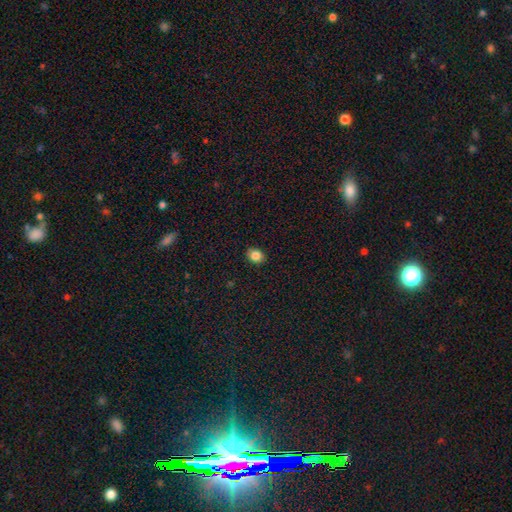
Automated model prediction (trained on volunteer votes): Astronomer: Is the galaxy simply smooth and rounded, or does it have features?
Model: smooth — 85%.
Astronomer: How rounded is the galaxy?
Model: round — 53% (runner-up: in between, 46%).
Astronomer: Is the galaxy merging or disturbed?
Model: none — 89%.